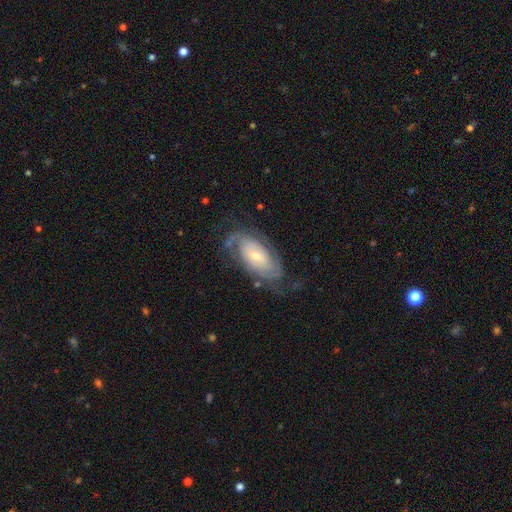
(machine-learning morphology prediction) A featured or disk galaxy (82%) with no bar (65%), 2 (59%) tight (52%) spiral arms (93%) and a small central bulge (62%). Merging: none (67%).